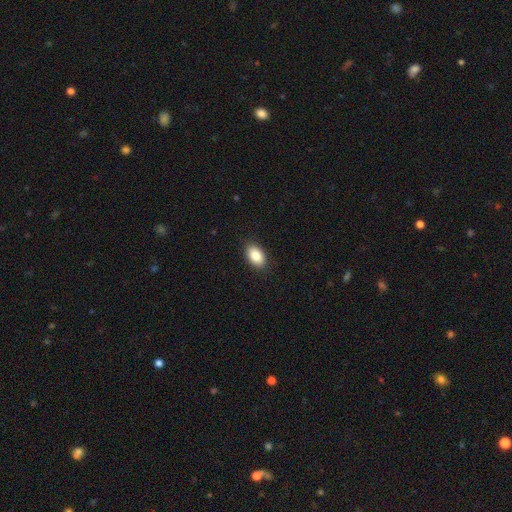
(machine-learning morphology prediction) Overall: smooth (86%). How rounded: in between (91%). Merging: none (89%).